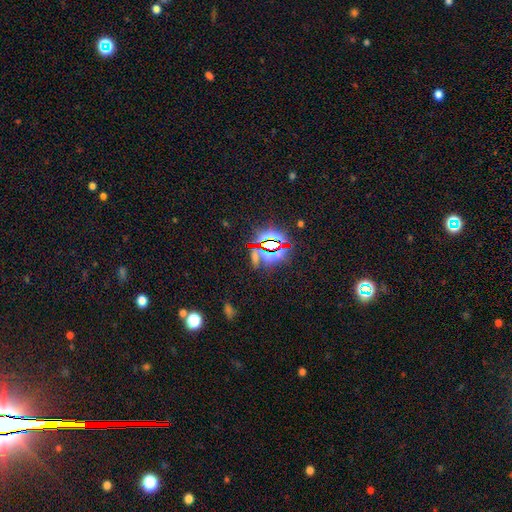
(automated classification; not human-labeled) Morphology: type=star or artifact (78%).